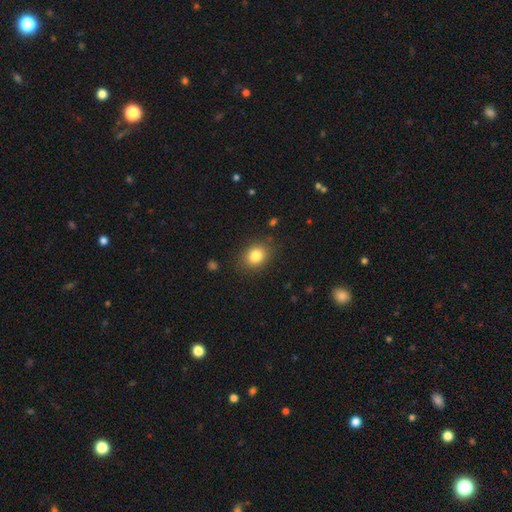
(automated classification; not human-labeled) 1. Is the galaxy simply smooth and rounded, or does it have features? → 82% smooth, 10% star or artifact, 7% featured or disk.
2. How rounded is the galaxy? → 53% round, 47% in between, 1% cigar-shaped.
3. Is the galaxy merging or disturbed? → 85% none, 11% minor disturbance, 3% major disturbance, 1% merger.